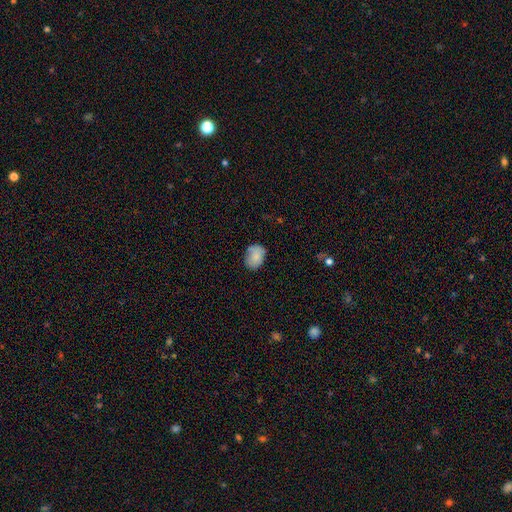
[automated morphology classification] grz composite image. It shows a smooth galaxy with no disk features (82%) that is in between round and cigar-shaped (65%). Merging: none (64%).